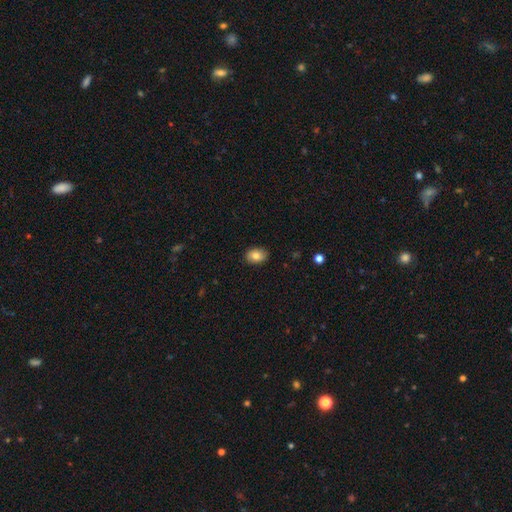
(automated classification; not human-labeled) Q: Smooth or featured?
A: smooth (82%); runner-up: featured or disk (11%)
Q: How rounded?
A: in between (78%); runner-up: round (21%)
Q: Merging?
A: none (88%); runner-up: minor disturbance (9%)